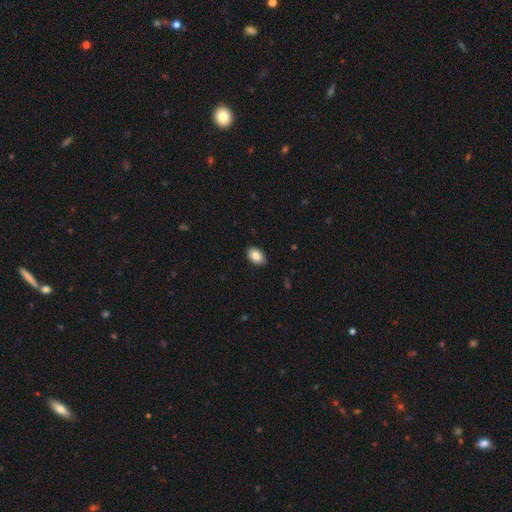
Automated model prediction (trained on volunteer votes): A smooth galaxy with no disk features (85%) that is in between round and cigar-shaped (85%). Merging: none (87%).